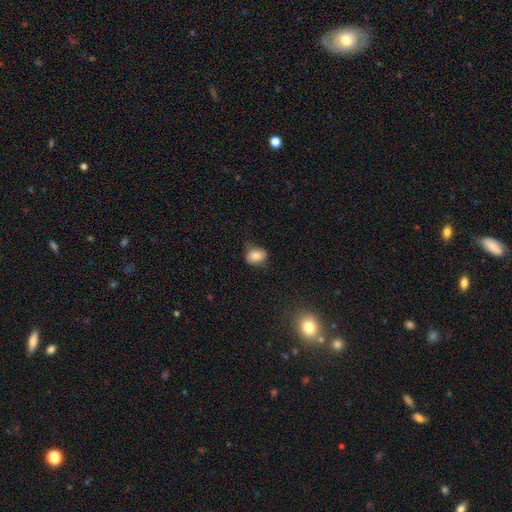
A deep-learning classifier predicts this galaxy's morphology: Smooth or featured? Predicted: smooth (p=0.81). How rounded? Predicted: in between (p=0.51). Merging? Predicted: none (p=0.61).